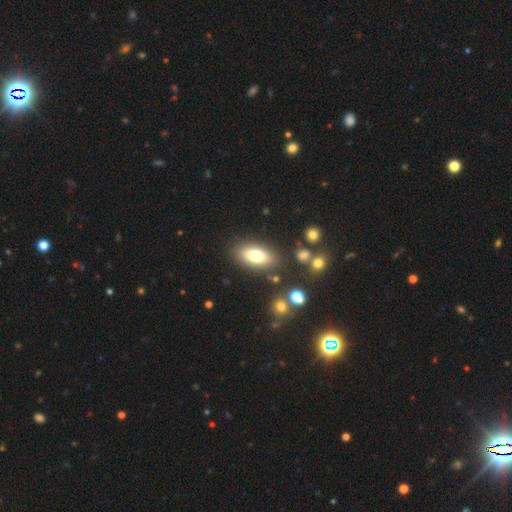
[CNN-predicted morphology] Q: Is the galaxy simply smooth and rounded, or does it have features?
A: smooth — 77%.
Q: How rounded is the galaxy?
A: in between — 84%.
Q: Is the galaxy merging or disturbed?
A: none — 82%.